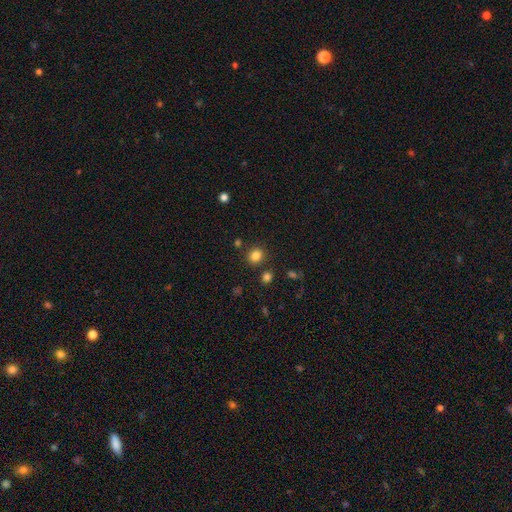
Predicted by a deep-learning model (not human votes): smooth-or-featured: smooth: 83% | star or artifact: 13% | featured or disk: 5%
  how-rounded: round: 79% | in between: 20% | cigar-shaped: 1%
  merging: none: 84% | minor disturbance: 8% | merger: 5% | major disturbance: 3%